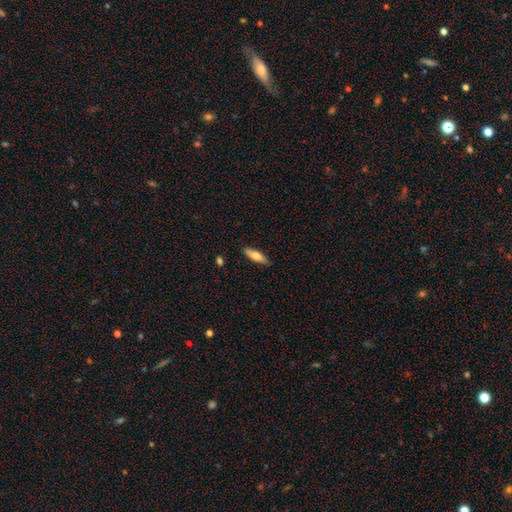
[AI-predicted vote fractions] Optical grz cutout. It shows a smooth galaxy with no disk features (68%) that is cigar-shaped (56%). Merging: none (87%).